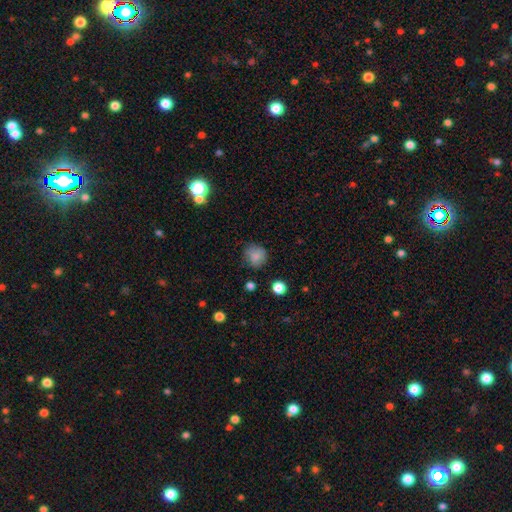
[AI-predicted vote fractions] Smooth or featured: smooth — 83% (star or artifact — 11%)
How rounded: round — 87% (in between — 12%)
Merging: none — 78% (minor disturbance — 16%)